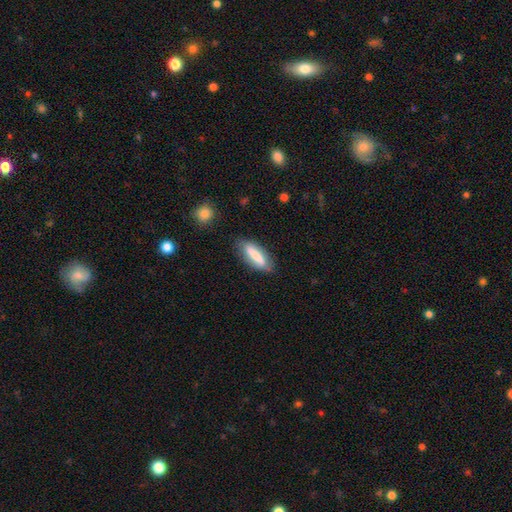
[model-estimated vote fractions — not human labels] Morphology: type=smooth (73%); roundness=cigar-shaped (53%); merging=none (78%).